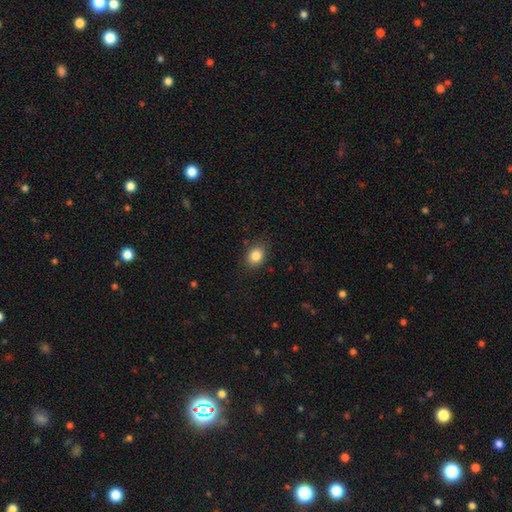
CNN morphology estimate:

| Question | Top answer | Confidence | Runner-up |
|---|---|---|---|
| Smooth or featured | smooth | 85% | star or artifact (9%) |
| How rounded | in between | 54% | round (45%) |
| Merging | none | 84% | minor disturbance (12%) |